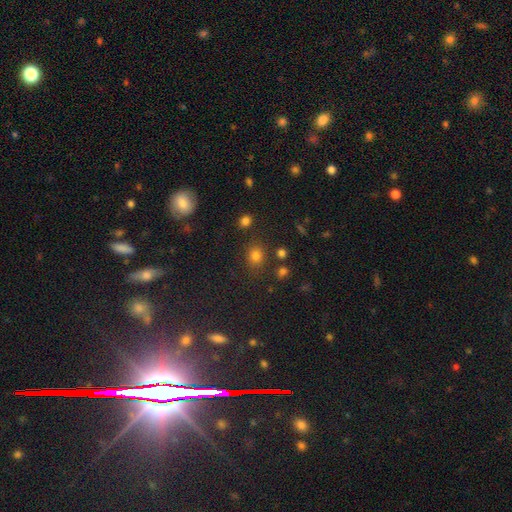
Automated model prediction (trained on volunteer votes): smooth-or-featured: smooth: 76% | star or artifact: 18% | featured or disk: 6%
  how-rounded: round: 71% | in between: 28% | cigar-shaped: 1%
  merging: none: 81% | minor disturbance: 11% | merger: 5% | major disturbance: 4%